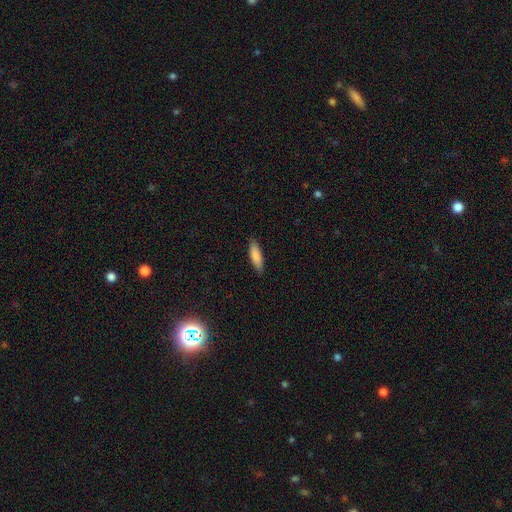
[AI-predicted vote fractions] This is clearly a smooth galaxy (86%). How rounded: possibly cigar-shaped (55%). Merging: clearly none (87%).